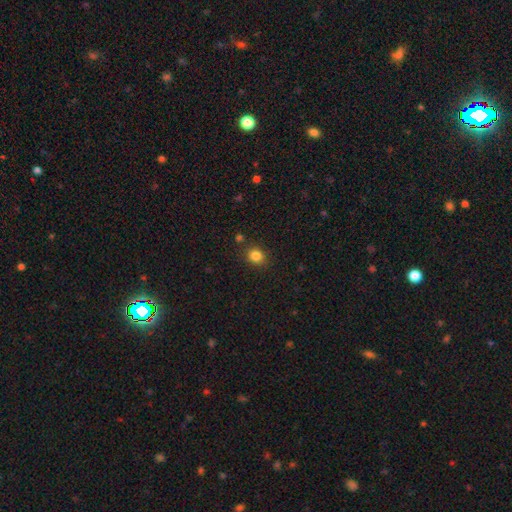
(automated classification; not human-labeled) This appears to be a smooth galaxy with no disk features (84%) that is round (69%). Merging: none (85%).